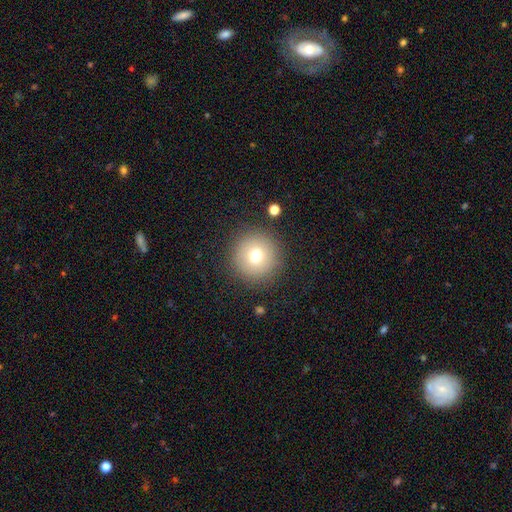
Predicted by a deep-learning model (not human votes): smooth_or_featured: smooth (p=0.73) [alt: star or artifact p=0.14]
how_rounded: round (p=0.96) [alt: in between p=0.03]
merging: none (p=0.88) [alt: minor disturbance p=0.07]